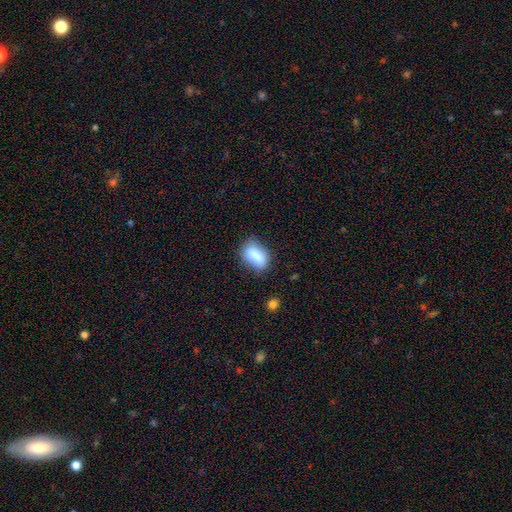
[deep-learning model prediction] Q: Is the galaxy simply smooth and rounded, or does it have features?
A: smooth — 84%.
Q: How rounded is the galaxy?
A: in between — 87%.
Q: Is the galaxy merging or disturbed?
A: none — 63%.